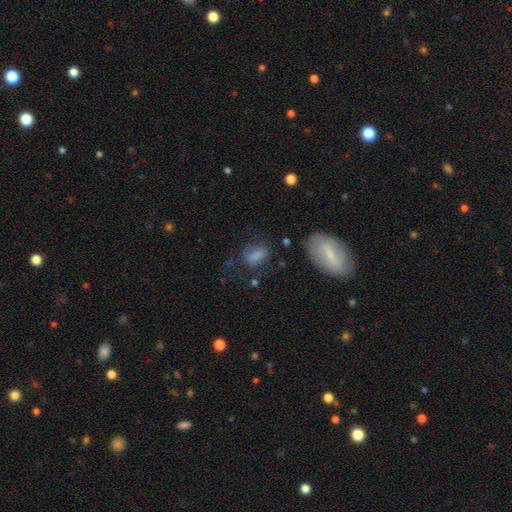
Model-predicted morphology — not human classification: Smooth or featured? Predicted: smooth (p=0.70). How rounded? Predicted: in between (p=0.78). Merging? Predicted: none (p=0.48).